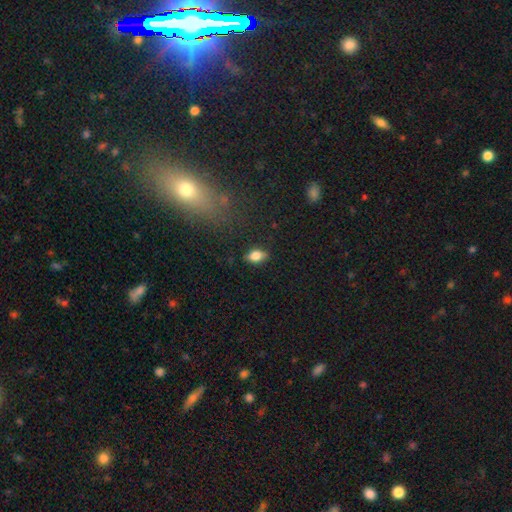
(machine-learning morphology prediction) A smooth galaxy with no disk features (74%) that is in between round and cigar-shaped (84%). Merging: none (83%).